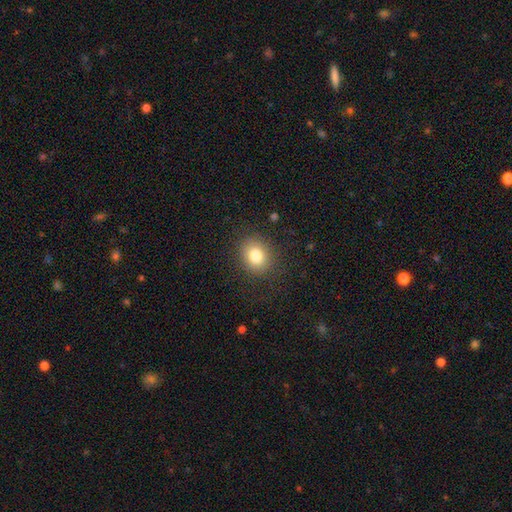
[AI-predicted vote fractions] Smooth or featured? Predicted: smooth (p=0.81). How rounded? Predicted: round (p=0.63). Merging? Predicted: none (p=0.86).